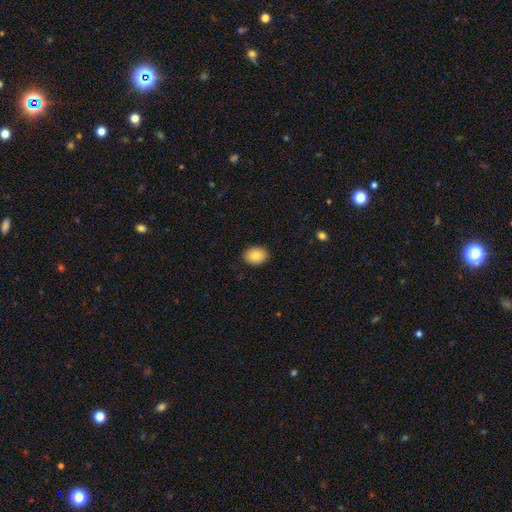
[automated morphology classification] This appears to be a smooth galaxy with no disk features (85%) that is in between round and cigar-shaped (68%). Merging: none (90%).